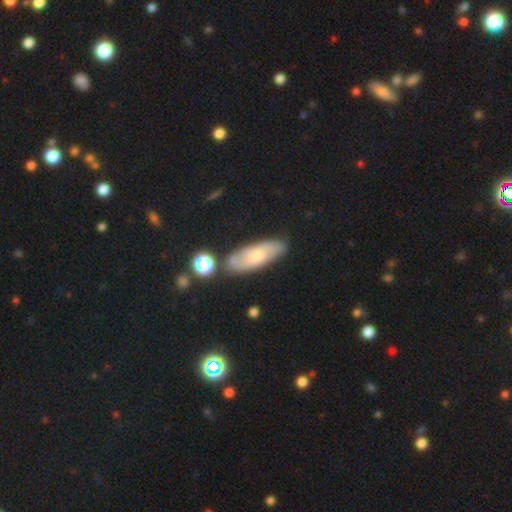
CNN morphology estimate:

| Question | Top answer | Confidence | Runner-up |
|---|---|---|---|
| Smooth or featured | featured or disk | 47% | smooth (45%) |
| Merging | none | 69% | minor disturbance (18%) |